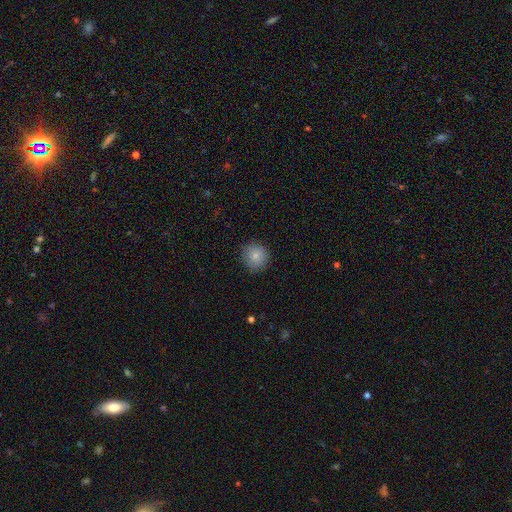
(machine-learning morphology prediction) This appears to be a smooth galaxy with no disk features (83%) that is round (93%). Merging: none (87%).